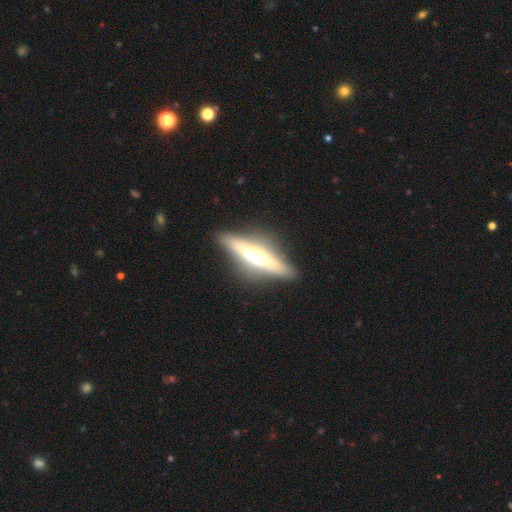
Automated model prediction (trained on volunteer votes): This appears to be a featured or disk galaxy (70%) viewed edge-on (94%) with a rounded central bulge (86%). Merging: none (86%).